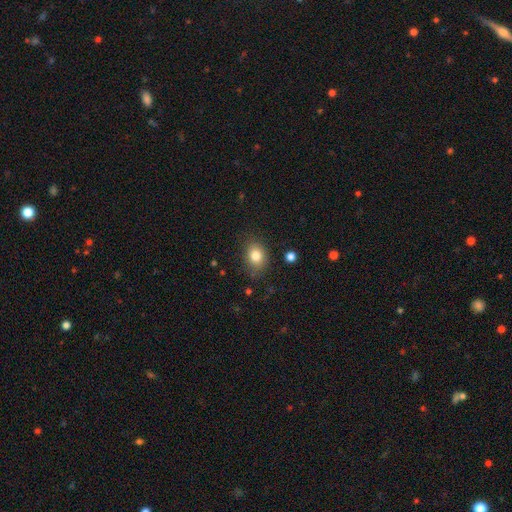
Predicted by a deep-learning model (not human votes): This appears to be a smooth galaxy with no disk features (81%) that is in between round and cigar-shaped (56%). Merging: none (81%).